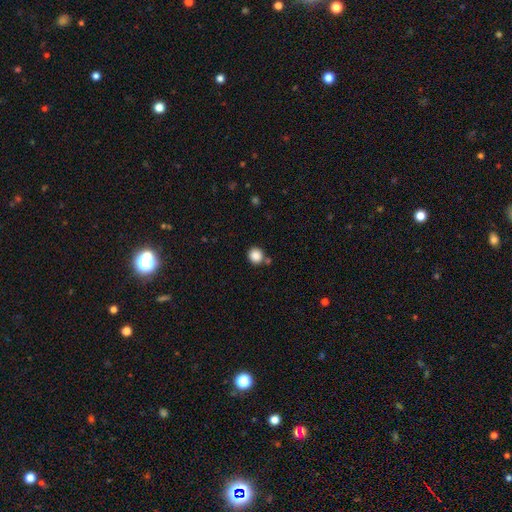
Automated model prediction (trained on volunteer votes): A smooth galaxy with no disk features (87%) that is round (88%).

Vote fractions:
- Smooth or featured? smooth: 87% / star or artifact: 10% / featured or disk: 3%
- How rounded? round: 88% / in between: 11% / cigar-shaped: 1%
- Merging? none: 76% / merger: 11% / minor disturbance: 10% / major disturbance: 3%